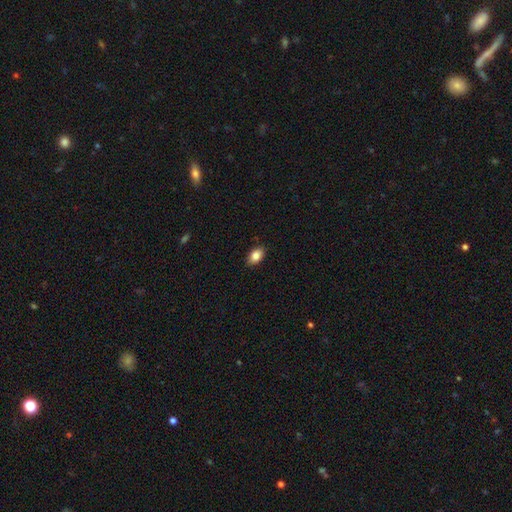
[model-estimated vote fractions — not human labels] This is clearly a smooth galaxy (85%). How rounded: clearly in between (86%). Merging: clearly none (87%).